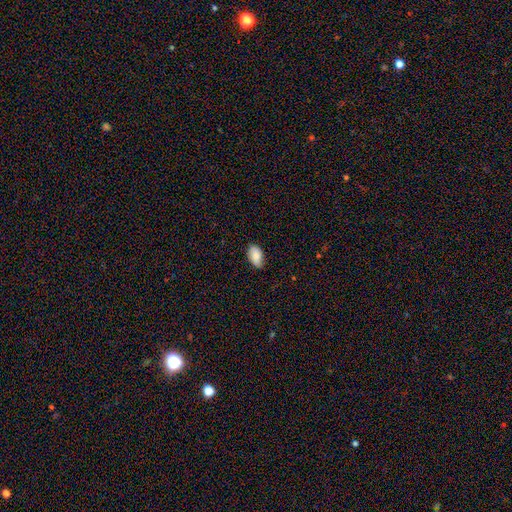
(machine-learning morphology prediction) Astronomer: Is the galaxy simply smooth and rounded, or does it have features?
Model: smooth — 84%.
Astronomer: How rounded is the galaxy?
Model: in between — 93%.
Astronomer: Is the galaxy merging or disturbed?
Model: none — 78%.